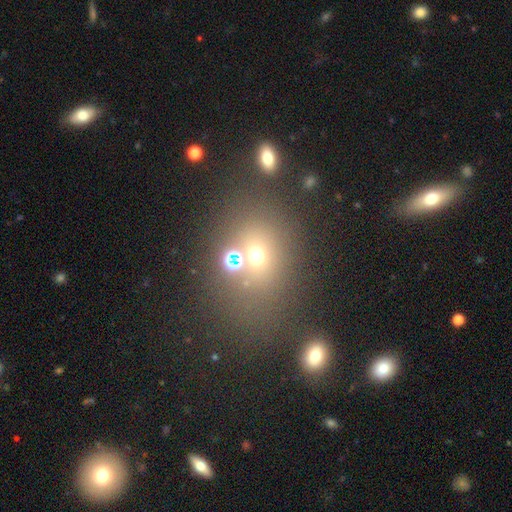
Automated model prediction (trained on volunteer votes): smooth_or_featured: smooth (p=0.60) [alt: star or artifact p=0.24]
how_rounded: round (p=0.55) [alt: in between p=0.43]
merging: none (p=0.60) [alt: merger p=0.21]